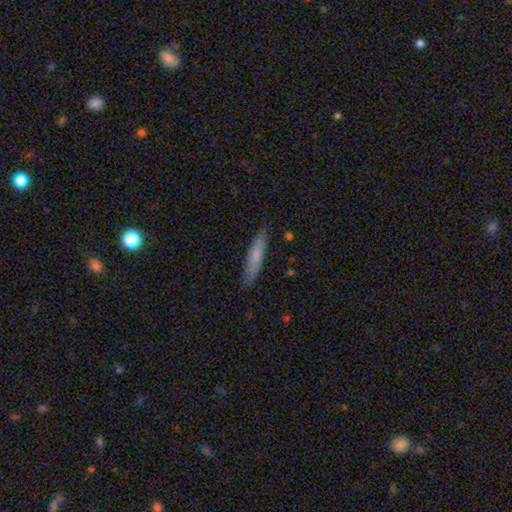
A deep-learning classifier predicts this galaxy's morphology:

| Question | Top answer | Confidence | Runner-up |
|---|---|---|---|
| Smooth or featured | smooth | 73% | featured or disk (21%) |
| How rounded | cigar-shaped | 90% | in between (9%) |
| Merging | none | 87% | minor disturbance (10%) |